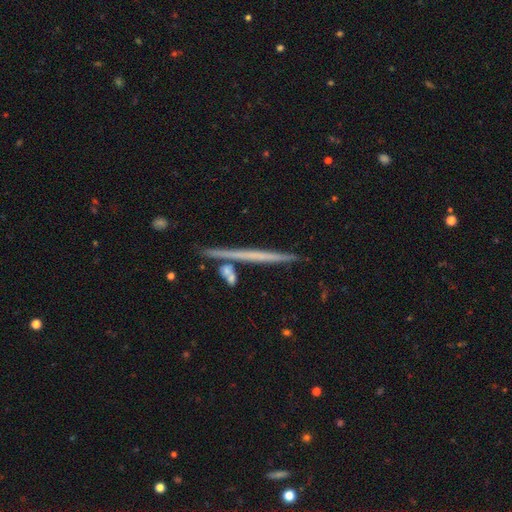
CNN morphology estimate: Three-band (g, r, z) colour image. It shows a featured or disk galaxy (58%) viewed edge-on (97%) with no central bulge (88%). Merging: none (85%).